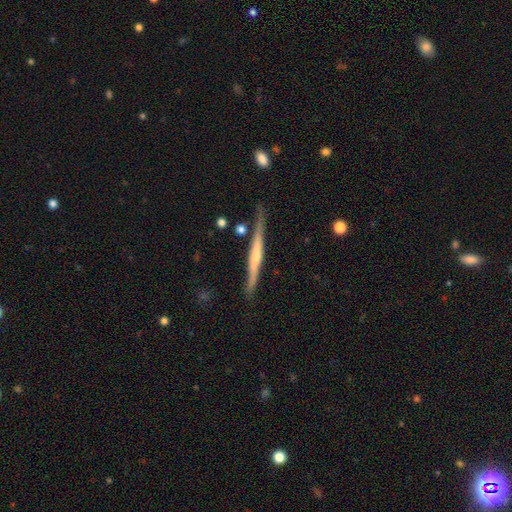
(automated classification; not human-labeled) Smooth or featured?
  - featured or disk: 67% *
  - smooth: 27%
  - star or artifact: 5%
Edge-on disk?
  - yes: 97% *
  - no: 3%
Edge-on bulge?
  - rounded: 41% *
  - none: 37%
  - boxy: 23%
Merging?
  - none: 80% *
  - minor disturbance: 14%
  - merger: 3%
  - major disturbance: 3%